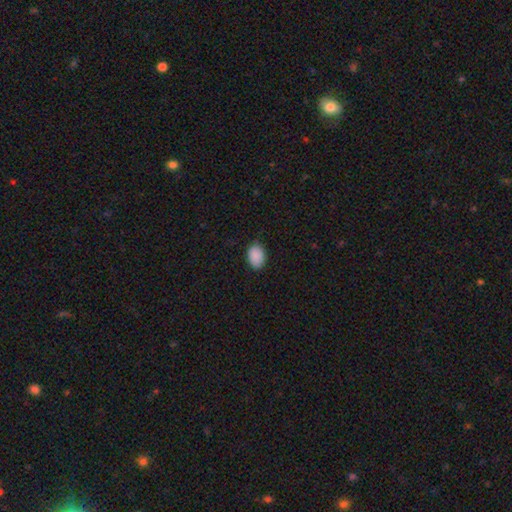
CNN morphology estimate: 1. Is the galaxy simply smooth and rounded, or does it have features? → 90% smooth, 7% star or artifact, 3% featured or disk.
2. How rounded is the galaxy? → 81% in between, 18% round, 1% cigar-shaped.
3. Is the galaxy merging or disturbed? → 83% none, 14% minor disturbance, 2% major disturbance, 1% merger.